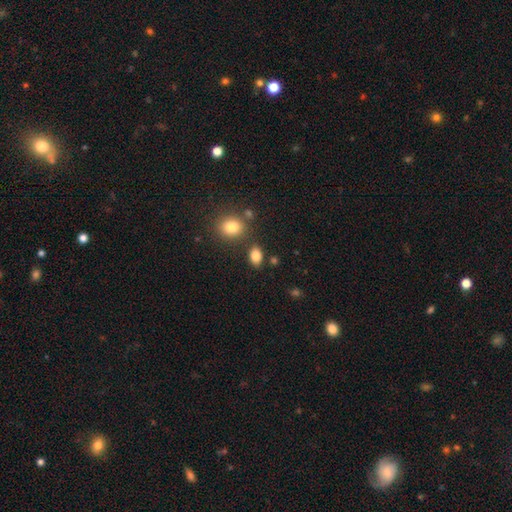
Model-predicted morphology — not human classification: Smooth or featured? smooth (85%)
How rounded? in between (83%)
Merging? none (80%)